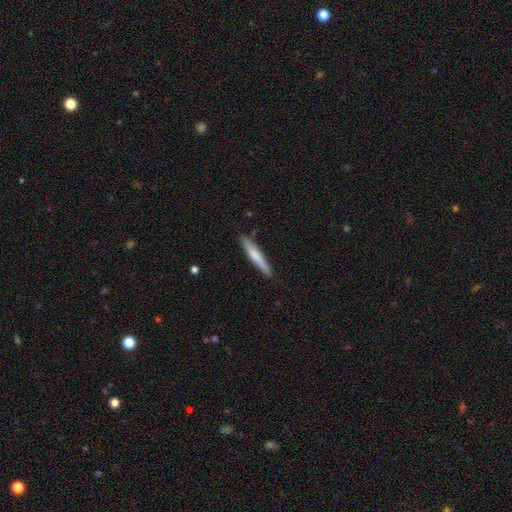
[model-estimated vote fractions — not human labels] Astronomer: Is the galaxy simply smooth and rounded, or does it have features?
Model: smooth — 69%.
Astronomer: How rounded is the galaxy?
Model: cigar-shaped — 92%.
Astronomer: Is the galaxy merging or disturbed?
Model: none — 86%.